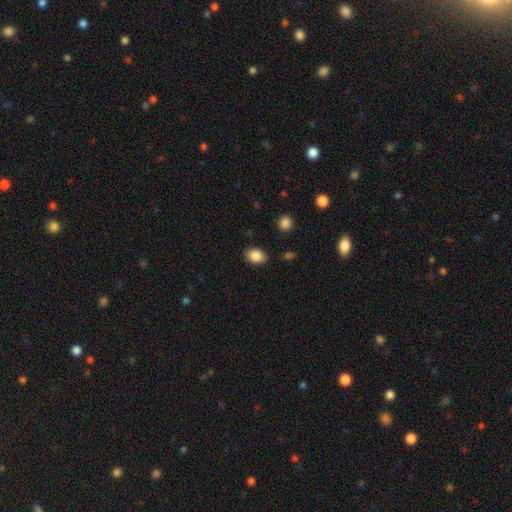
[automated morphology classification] A smooth galaxy with no disk features (86%) that is in between round and cigar-shaped (76%). Merging: none (84%).